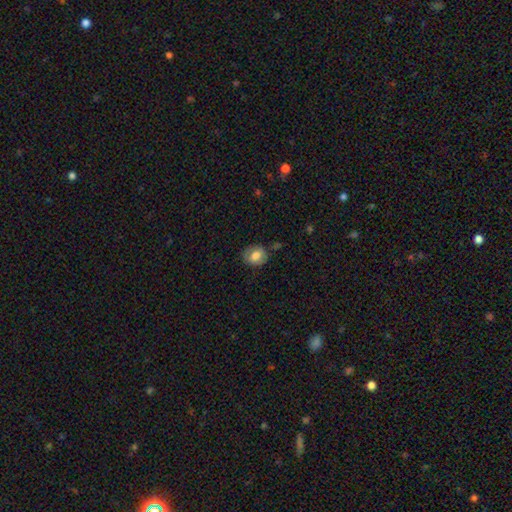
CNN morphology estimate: Overall: smooth (73%). How rounded: round (58%; in between 41%). Merging: none (77%).